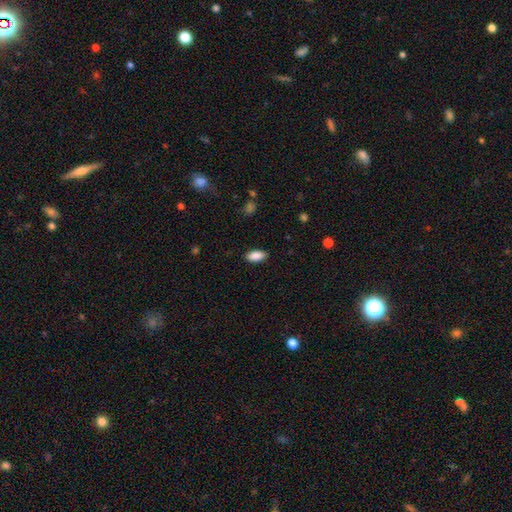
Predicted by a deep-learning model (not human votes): smooth-or-featured: smooth: 89% | star or artifact: 7% | featured or disk: 4%
  how-rounded: in between: 90% | cigar-shaped: 8% | round: 2%
  merging: none: 87% | minor disturbance: 10% | major disturbance: 2% | merger: 1%